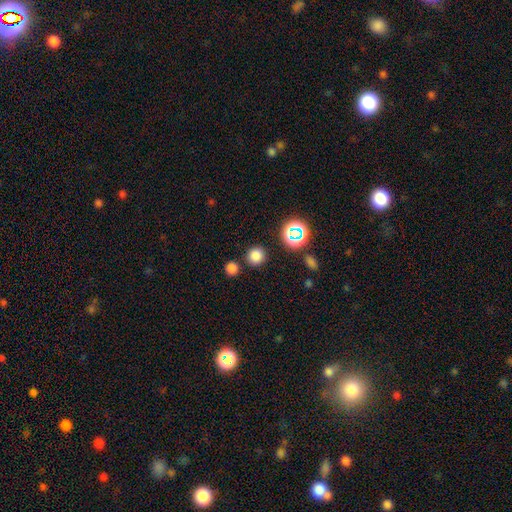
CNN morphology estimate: Smooth or featured?
  - smooth: 77% *
  - star or artifact: 18%
  - featured or disk: 5%
How rounded?
  - round: 91% *
  - in between: 8%
  - cigar-shaped: 1%
Merging?
  - none: 84% *
  - minor disturbance: 7%
  - merger: 6%
  - major disturbance: 3%